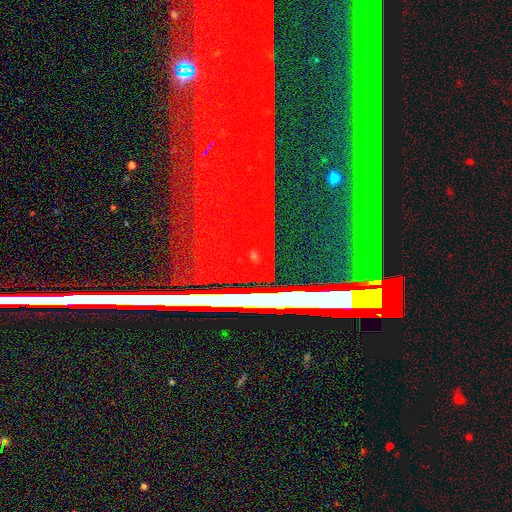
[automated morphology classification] This is likely a star or artifact rather than a galaxy (74%).